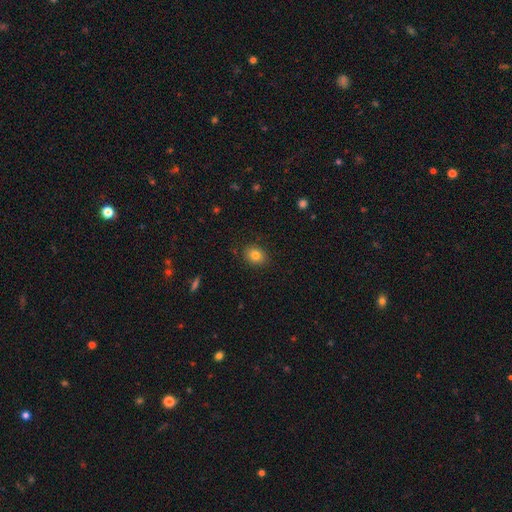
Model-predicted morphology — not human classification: The model was most divided on "how rounded": in between: 51%, round: 48%, cigar-shaped: 1%. More confident: merging — none (86%); smooth or featured — smooth (82%).